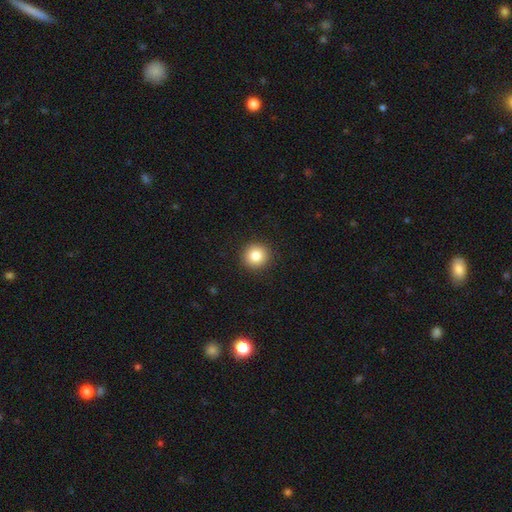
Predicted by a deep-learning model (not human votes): This is clearly a smooth galaxy (84%). How rounded: clearly round (94%). Merging: clearly none (92%).